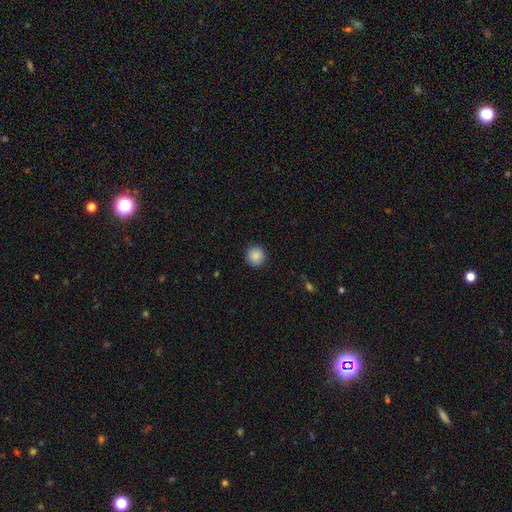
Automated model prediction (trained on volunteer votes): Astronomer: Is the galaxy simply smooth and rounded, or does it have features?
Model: smooth — 87%.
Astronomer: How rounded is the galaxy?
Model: round — 95%.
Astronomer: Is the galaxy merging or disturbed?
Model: none — 91%.